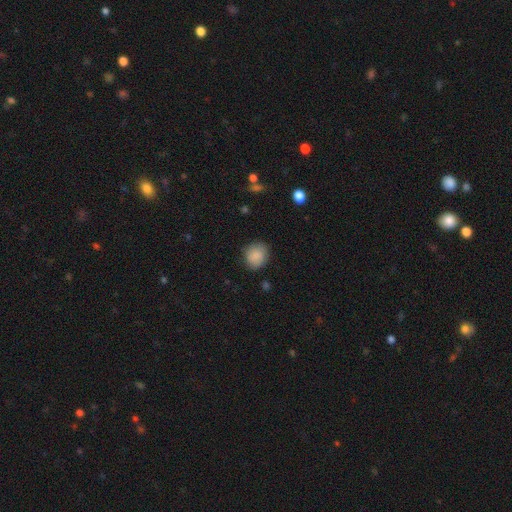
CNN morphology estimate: Overall: smooth (86%). How rounded: round (76%). Merging: none (79%).